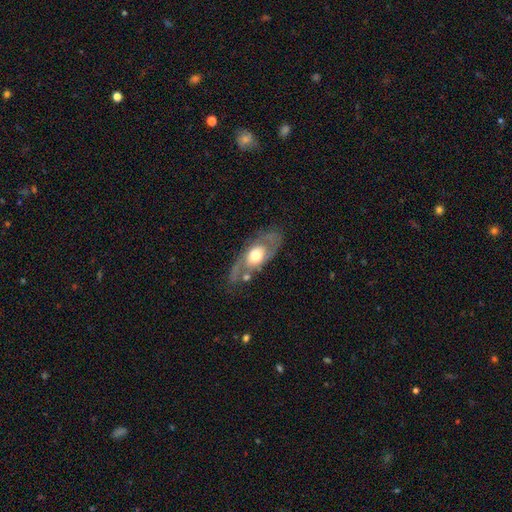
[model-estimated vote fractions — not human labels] A featured or disk galaxy (69%) with no bar (78%), spiral arms (64%) and a moderate central bulge (62%).

Vote fractions:
- Smooth or featured? featured or disk: 69% / smooth: 25% / star or artifact: 6%
- Edge-on disk? no: 86% / yes: 14%
- Bar? no: 78% / weak: 17% / strong: 5%
- Spiral arms? yes: 64% / no: 36%
- Bulge size? moderate: 62% / large: 25% / small: 9% / dominant: 2% / none: 1%
- Merging? none: 65% / minor disturbance: 19% / major disturbance: 11% / merger: 5%